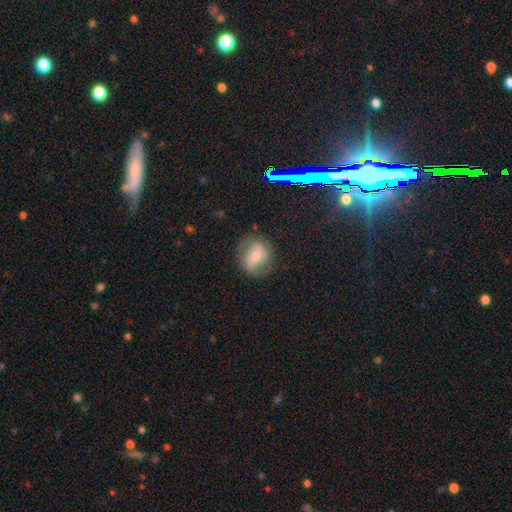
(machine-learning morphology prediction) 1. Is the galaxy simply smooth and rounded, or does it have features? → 46% smooth, 45% featured or disk, 10% star or artifact.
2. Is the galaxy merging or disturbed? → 73% none, 18% minor disturbance, 8% major disturbance, 1% merger.